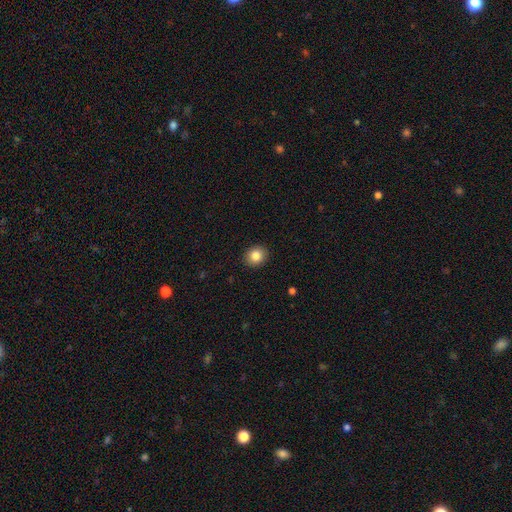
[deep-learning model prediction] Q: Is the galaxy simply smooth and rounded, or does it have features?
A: smooth — 84%.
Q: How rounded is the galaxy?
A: round — 76%.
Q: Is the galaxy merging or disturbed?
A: none — 91%.